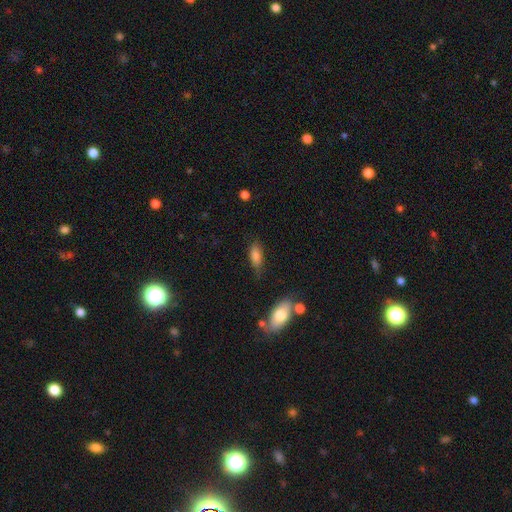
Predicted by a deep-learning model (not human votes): Smooth or featured? Predicted: smooth (p=0.80). How rounded? Predicted: in between (p=0.77). Merging? Predicted: none (p=0.61).